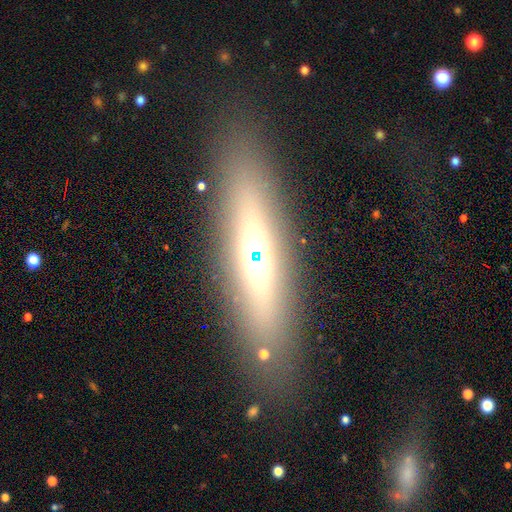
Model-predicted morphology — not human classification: Smooth or featured: smooth — 42% (featured or disk — 41%)
Merging: none — 82% (minor disturbance — 9%)